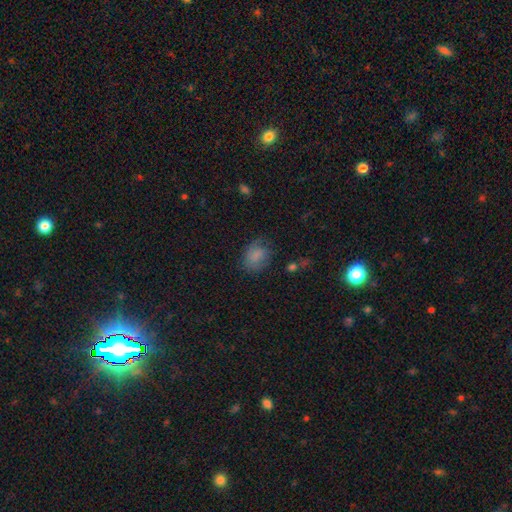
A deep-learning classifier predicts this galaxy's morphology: Overall: smooth (74%). How rounded: in between (63%; round 36%). Merging: none (62%; minor disturbance 25%).